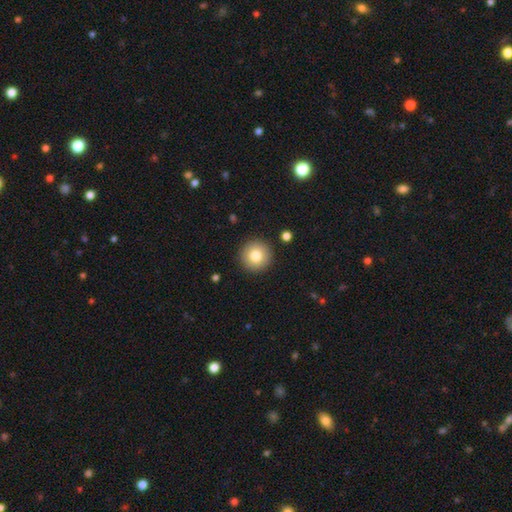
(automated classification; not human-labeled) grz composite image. It shows a smooth galaxy with no disk features (80%) that is round (96%). Merging: none (91%).